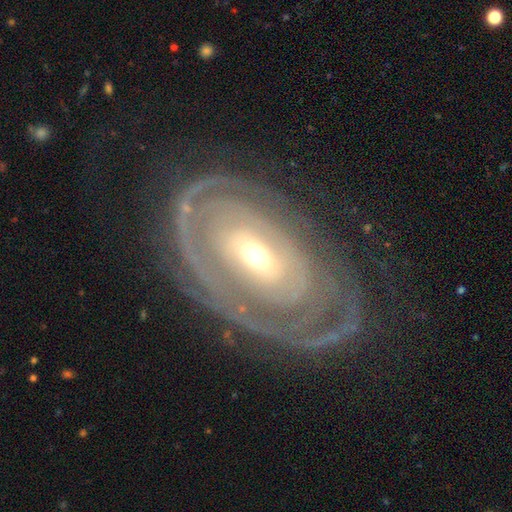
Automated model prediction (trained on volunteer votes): This appears to be a featured or disk galaxy (83%) with no bar (63%), tight (77%) spiral arms (78%) and a moderate central bulge (52%). Merging: none (67%).